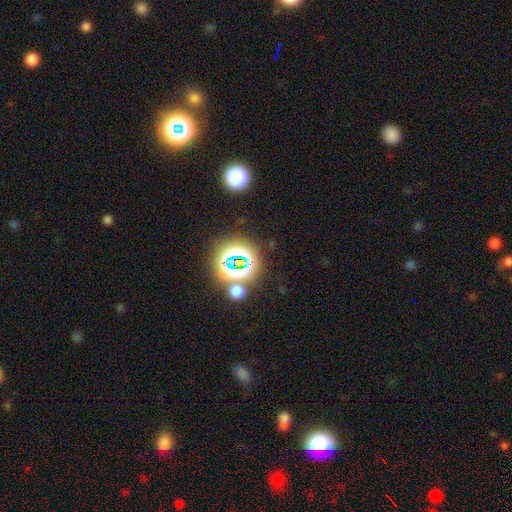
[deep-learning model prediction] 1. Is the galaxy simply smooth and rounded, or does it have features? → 69% star or artifact, 21% smooth, 10% featured or disk.